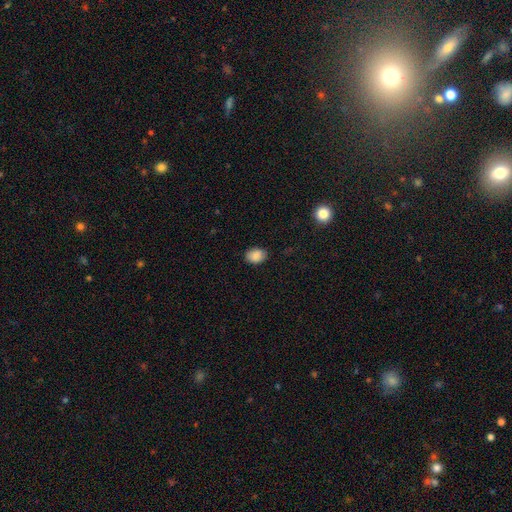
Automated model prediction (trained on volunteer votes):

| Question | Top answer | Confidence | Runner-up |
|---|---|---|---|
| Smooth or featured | smooth | 88% | star or artifact (8%) |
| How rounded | in between | 70% | round (29%) |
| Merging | none | 87% | minor disturbance (10%) |